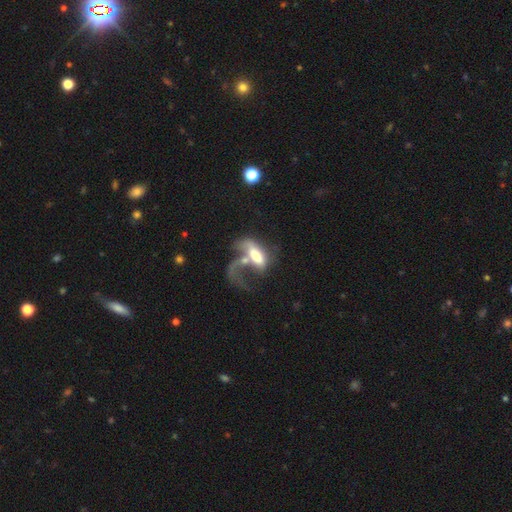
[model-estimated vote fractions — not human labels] Smooth or featured?
  - featured or disk: 46% * (tied)
  - smooth: 46% * (tied)
  - star or artifact: 8%
Merging?
  - merger: 42% *
  - major disturbance: 39%
  - none: 12%
  - minor disturbance: 7%